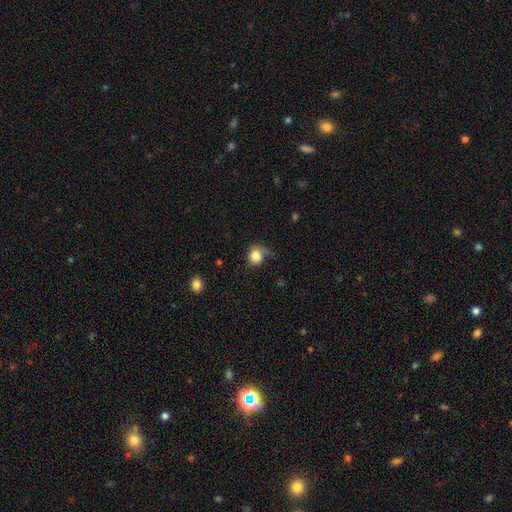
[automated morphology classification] smooth_or_featured: smooth (p=0.81) [alt: featured or disk p=0.10]
how_rounded: round (p=0.70) [alt: in between p=0.29]
merging: none (p=0.46) [alt: minor disturbance p=0.29]